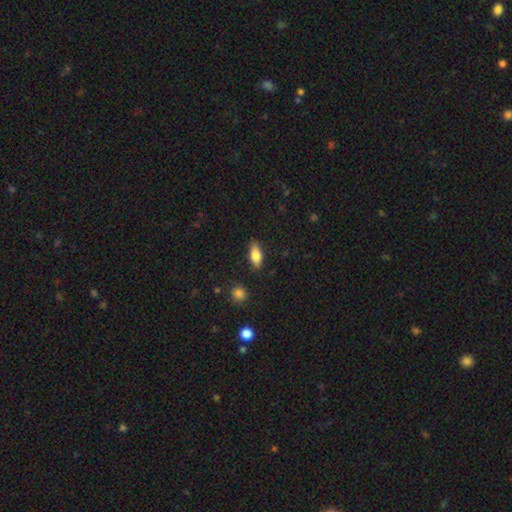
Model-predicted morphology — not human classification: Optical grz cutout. It shows a smooth galaxy with no disk features (78%) that is in between round and cigar-shaped (78%). Merging: none (84%).